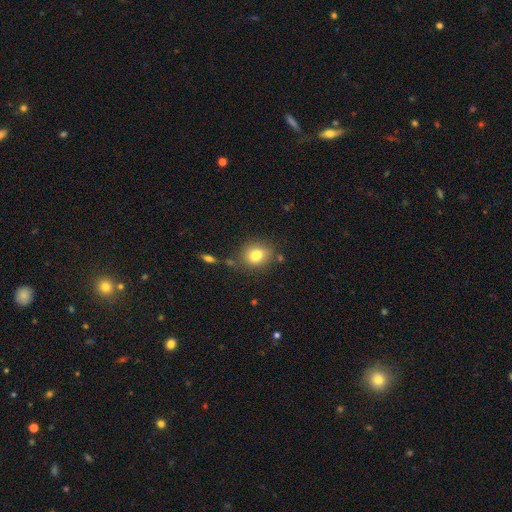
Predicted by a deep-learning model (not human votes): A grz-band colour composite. It shows a smooth galaxy with no disk features (79%) that is round (54%). Merging: none (72%).